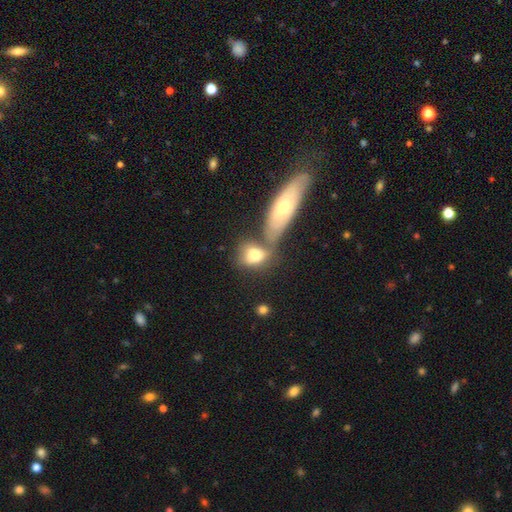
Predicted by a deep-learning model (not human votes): Smooth or featured? smooth (71%)
How rounded? in between (68%)
Merging? merger (47%)